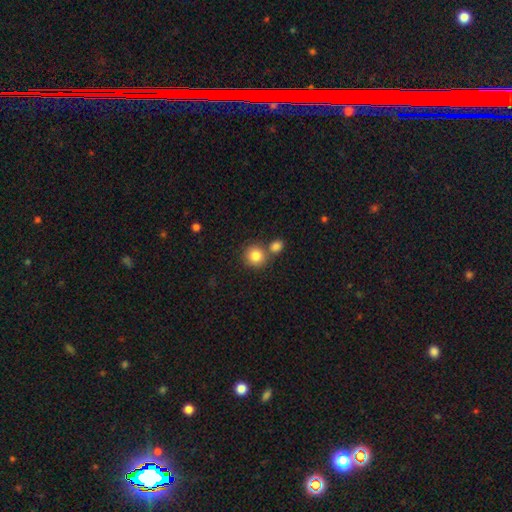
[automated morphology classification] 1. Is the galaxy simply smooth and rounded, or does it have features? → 83% smooth, 10% star or artifact, 7% featured or disk.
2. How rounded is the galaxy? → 90% round, 9% in between, 1% cigar-shaped.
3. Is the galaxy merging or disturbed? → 62% none, 28% merger, 8% minor disturbance, 2% major disturbance.